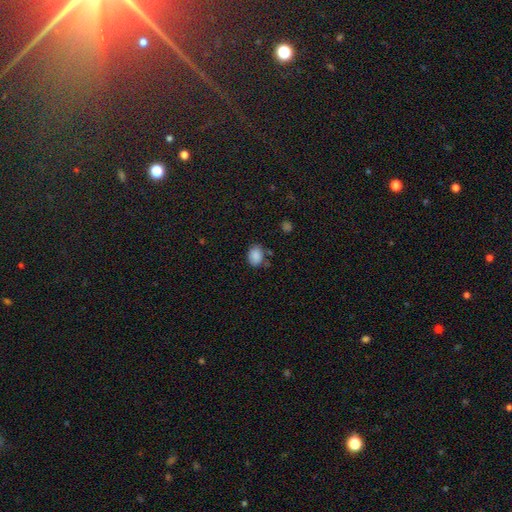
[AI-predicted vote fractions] Morphology: type=smooth (87%); roundness=in between (64%); merging=none (72%).